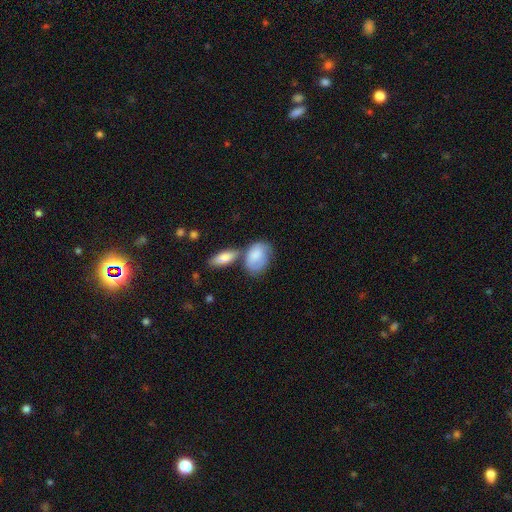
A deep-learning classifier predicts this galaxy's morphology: The model was most divided on "merging": none: 36%, merger: 34%, minor disturbance: 21%, major disturbance: 9%. More confident: how rounded — in between (84%); smooth or featured — smooth (75%).